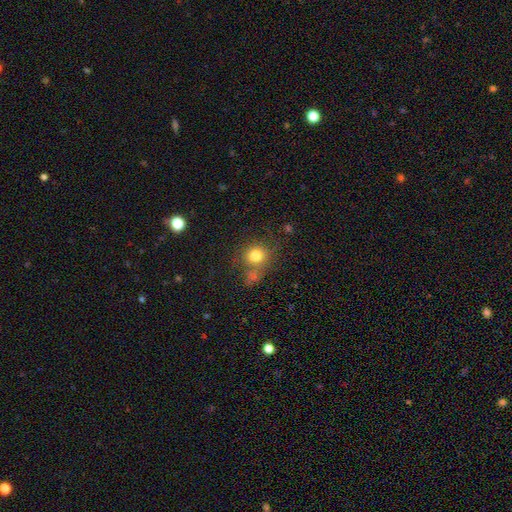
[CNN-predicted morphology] Q: Smooth or featured?
A: smooth (77%); runner-up: star or artifact (13%)
Q: How rounded?
A: round (83%); runner-up: in between (16%)
Q: Merging?
A: none (60%); runner-up: merger (16%)